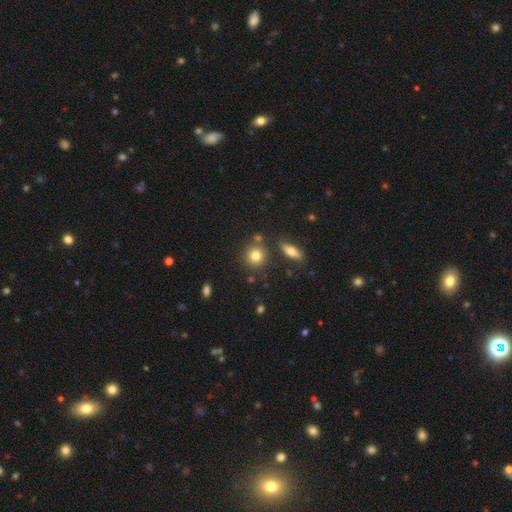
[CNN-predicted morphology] A smooth galaxy with no disk features (80%) that is round (85%).

Vote fractions:
- Smooth or featured? smooth: 80% / star or artifact: 10% / featured or disk: 10%
- How rounded? round: 85% / in between: 13% / cigar-shaped: 2%
- Merging? none: 77% / merger: 10% / minor disturbance: 10% / major disturbance: 3%